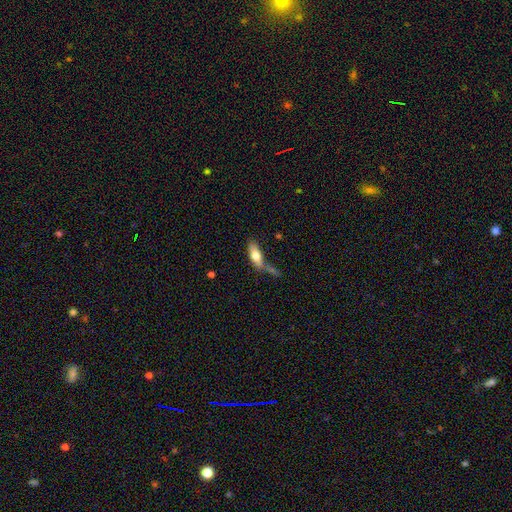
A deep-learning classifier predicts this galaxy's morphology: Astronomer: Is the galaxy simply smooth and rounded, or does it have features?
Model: smooth — 69%.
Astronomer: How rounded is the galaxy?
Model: in between — 68%.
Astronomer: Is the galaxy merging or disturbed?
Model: none — 48%.